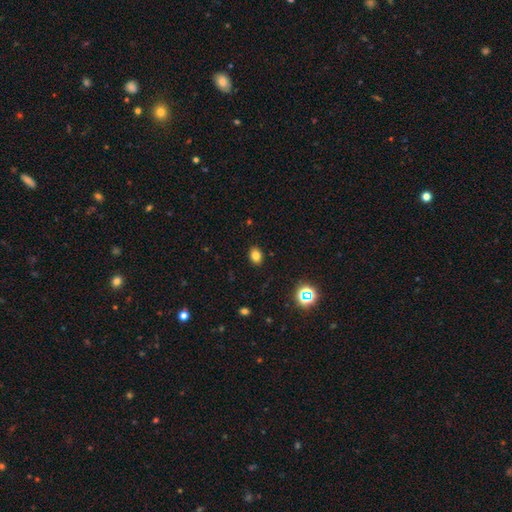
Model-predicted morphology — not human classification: smooth-or-featured: smooth: 79% | star or artifact: 14% | featured or disk: 7%
  how-rounded: in between: 64% | round: 35% | cigar-shaped: 1%
  merging: none: 89% | minor disturbance: 8% | major disturbance: 2% | merger: 1%